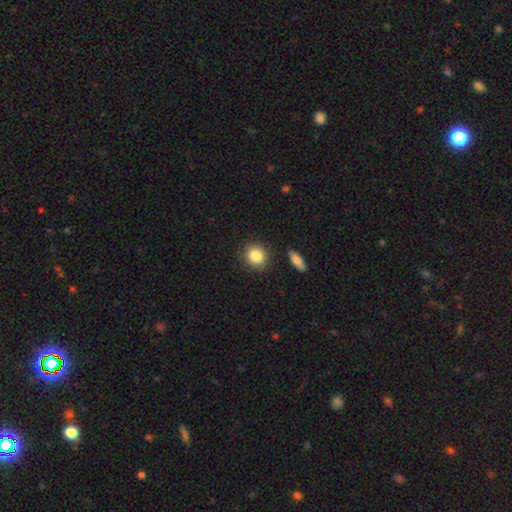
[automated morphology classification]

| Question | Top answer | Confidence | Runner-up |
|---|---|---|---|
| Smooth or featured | smooth | 87% | star or artifact (8%) |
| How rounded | round | 81% | in between (17%) |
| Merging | none | 86% | minor disturbance (8%) |